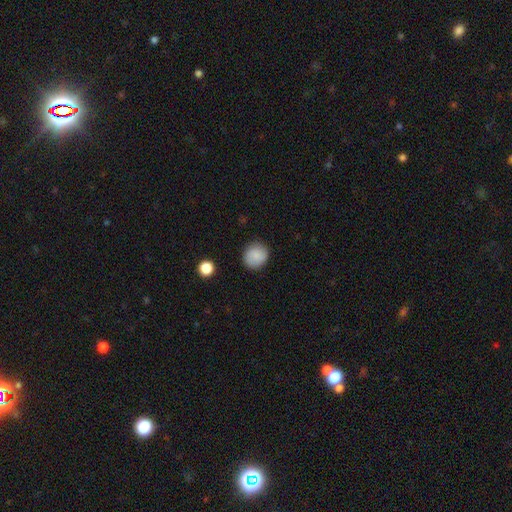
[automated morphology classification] smooth_or_featured: smooth (p=0.83) [alt: featured or disk p=0.09]
how_rounded: round (p=0.86) [alt: in between p=0.13]
merging: none (p=0.87) [alt: minor disturbance p=0.09]